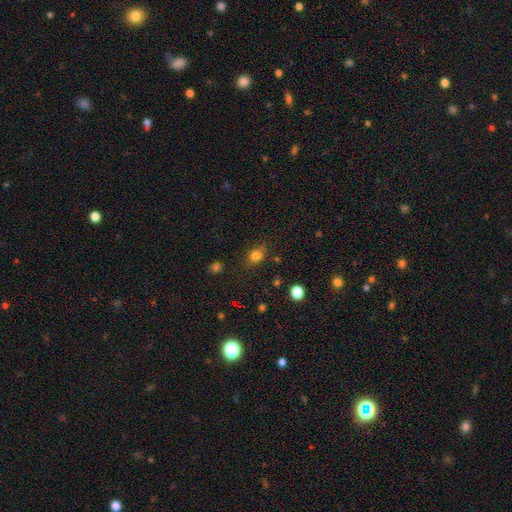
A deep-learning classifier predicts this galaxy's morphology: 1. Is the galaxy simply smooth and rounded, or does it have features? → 77% smooth, 16% star or artifact, 7% featured or disk.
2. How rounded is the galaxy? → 53% in between, 45% round, 2% cigar-shaped.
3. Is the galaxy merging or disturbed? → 70% none, 19% minor disturbance, 6% major disturbance, 5% merger.